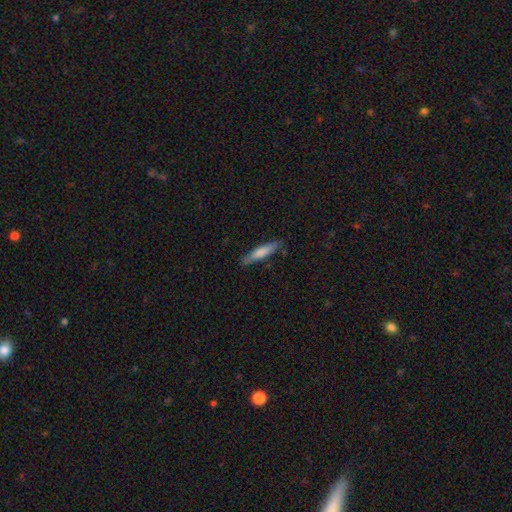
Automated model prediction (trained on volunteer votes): Smooth or featured? Predicted: smooth (p=0.56). How rounded? Predicted: cigar-shaped (p=0.90). Merging? Predicted: none (p=0.85).